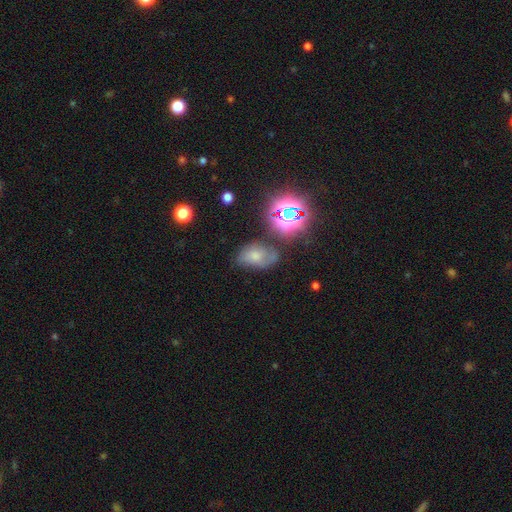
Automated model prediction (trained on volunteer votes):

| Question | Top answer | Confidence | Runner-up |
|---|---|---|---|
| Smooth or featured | smooth | 53% | featured or disk (25%) |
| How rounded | in between | 84% | round (15%) |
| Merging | none | 50% | minor disturbance (27%) |